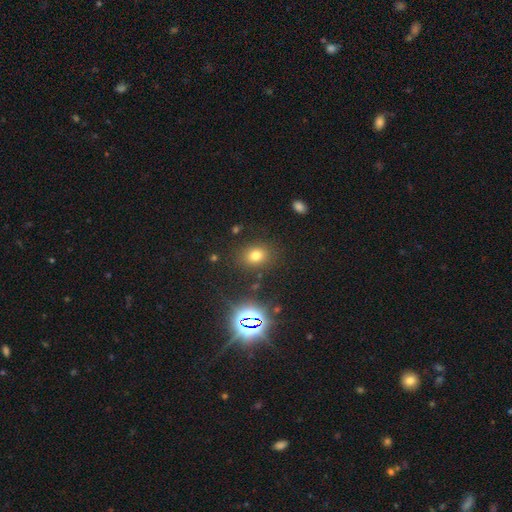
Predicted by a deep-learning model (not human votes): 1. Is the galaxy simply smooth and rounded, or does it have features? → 70% smooth, 21% star or artifact, 9% featured or disk.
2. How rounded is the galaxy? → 53% round, 46% in between, 1% cigar-shaped.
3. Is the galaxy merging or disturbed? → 84% none, 10% minor disturbance, 4% major disturbance, 3% merger.